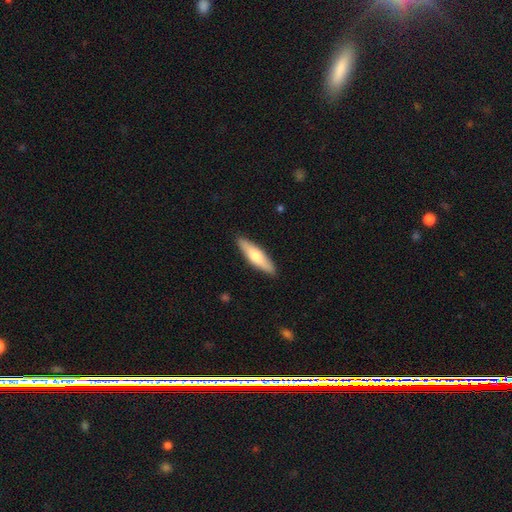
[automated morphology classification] Q: Smooth or featured?
A: smooth (62%); runner-up: featured or disk (33%)
Q: How rounded?
A: cigar-shaped (70%); runner-up: in between (29%)
Q: Merging?
A: none (89%); runner-up: minor disturbance (8%)